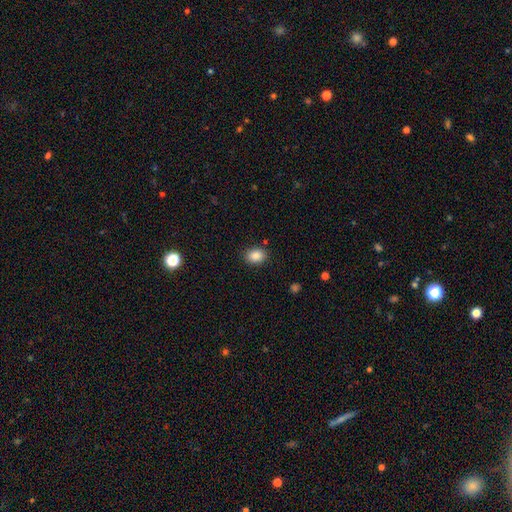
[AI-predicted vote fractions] Overall: smooth (87%). How rounded: in between (68%; round 31%). Merging: none (87%).